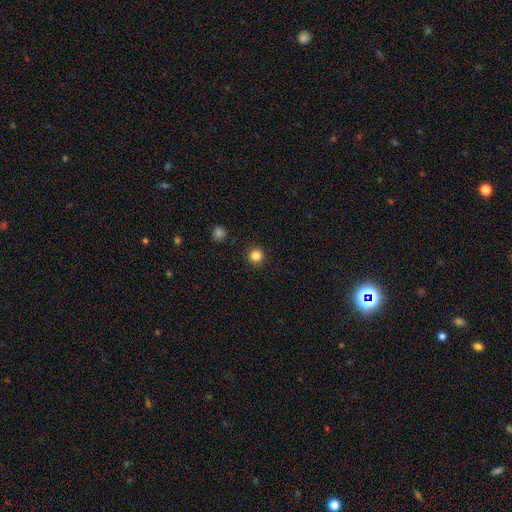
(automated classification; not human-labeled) Smooth or featured: smooth — 85% (star or artifact — 12%)
How rounded: round — 93% (in between — 6%)
Merging: none — 91% (minor disturbance — 6%)